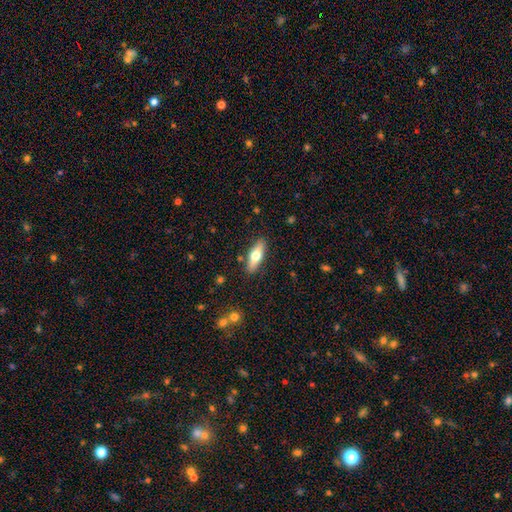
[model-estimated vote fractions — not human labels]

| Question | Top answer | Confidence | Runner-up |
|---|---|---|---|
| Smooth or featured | smooth | 59% | featured or disk (35%) |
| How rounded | in between | 51% | cigar-shaped (46%) |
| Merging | none | 87% | minor disturbance (9%) |